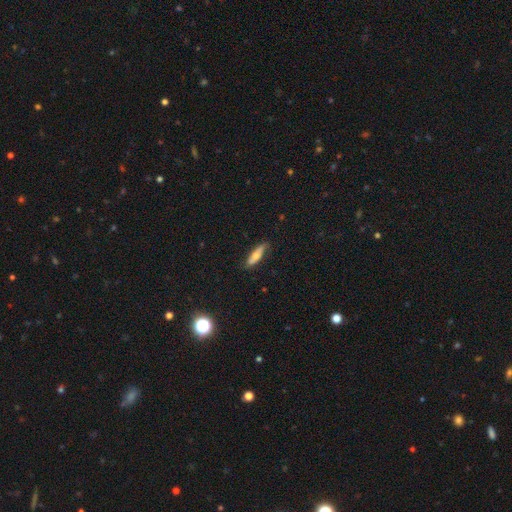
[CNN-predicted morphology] type=smooth (59%); roundness=cigar-shaped (65%); merging=none (78%).